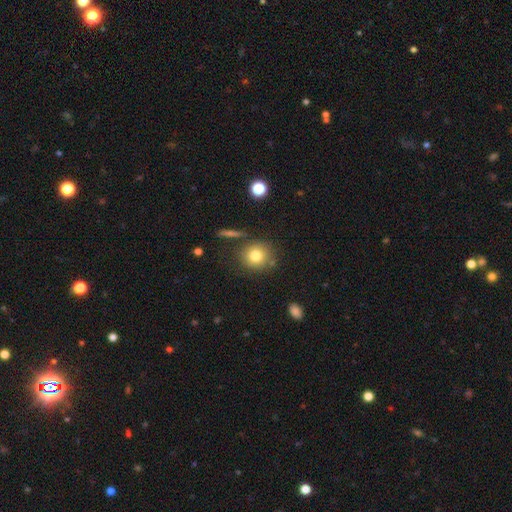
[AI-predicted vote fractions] A smooth galaxy with no disk features (78%) that is round (87%).

Vote fractions:
- Smooth or featured? smooth: 78% / star or artifact: 11% / featured or disk: 10%
- How rounded? round: 87% / in between: 12% / cigar-shaped: 1%
- Merging? none: 79% / minor disturbance: 11% / merger: 7% / major disturbance: 4%